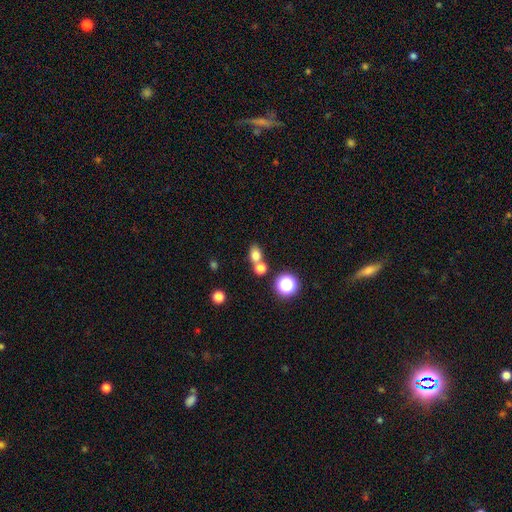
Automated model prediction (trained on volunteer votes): smooth 75%, star or artifact 16%, featured or disk 9%. Down the decision tree: how rounded — in between (57%); merging — none (54%).